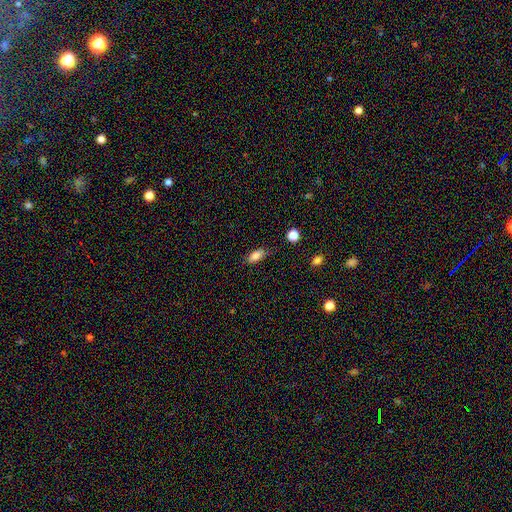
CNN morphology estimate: This is clearly a smooth galaxy (83%). How rounded: clearly in between (83%). Merging: likely none (74%).